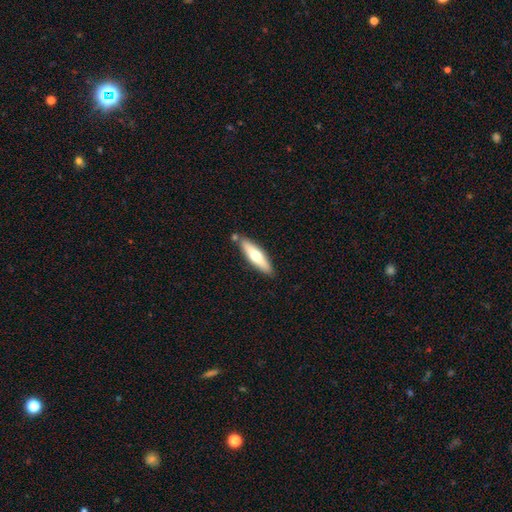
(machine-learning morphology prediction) This appears to be a smooth galaxy with no disk features (55%) that is cigar-shaped (68%). Merging: none (80%).